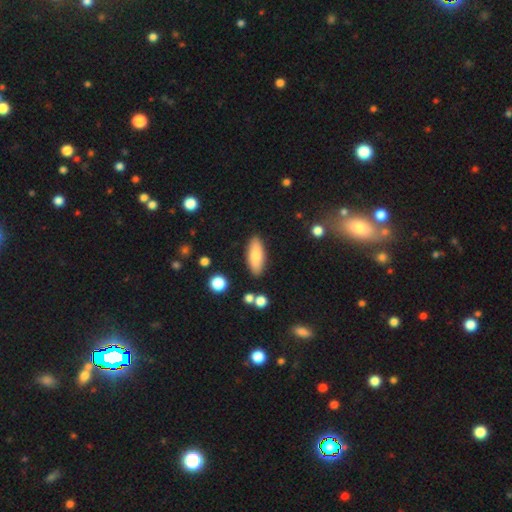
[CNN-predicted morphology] A smooth galaxy with no disk features (78%) that is in between round and cigar-shaped (72%).

Vote fractions:
- Smooth or featured? smooth: 78% / featured or disk: 15% / star or artifact: 7%
- How rounded? in between: 72% / cigar-shaped: 26% / round: 2%
- Merging? none: 85% / minor disturbance: 10% / merger: 3% / major disturbance: 2%